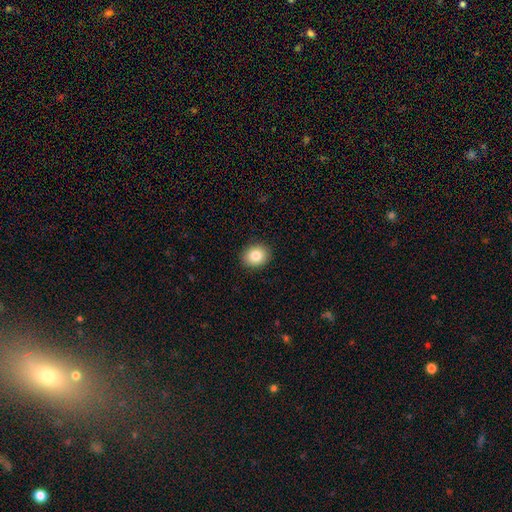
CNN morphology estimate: Smooth or featured? Predicted: smooth (p=0.84). How rounded? Predicted: round (p=0.62). Merging? Predicted: none (p=0.91).